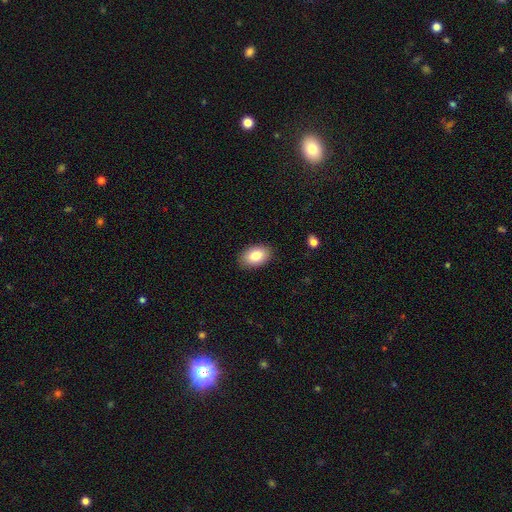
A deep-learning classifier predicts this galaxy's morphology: This is clearly a smooth galaxy (84%). How rounded: clearly in between (88%). Merging: clearly none (88%).